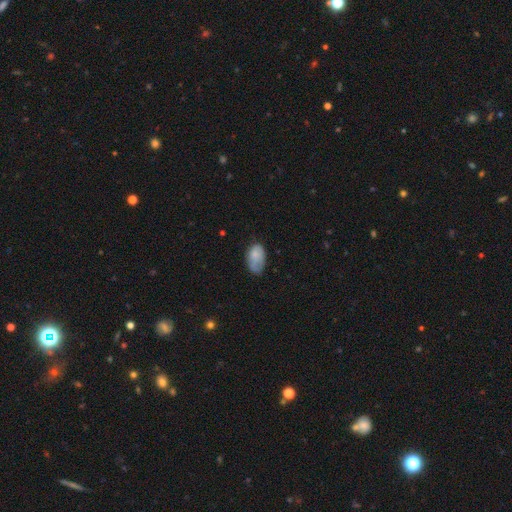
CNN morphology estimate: Q: Smooth or featured?
A: smooth (75%); runner-up: featured or disk (18%)
Q: How rounded?
A: in between (92%); runner-up: round (7%)
Q: Merging?
A: none (49%); runner-up: minor disturbance (36%)